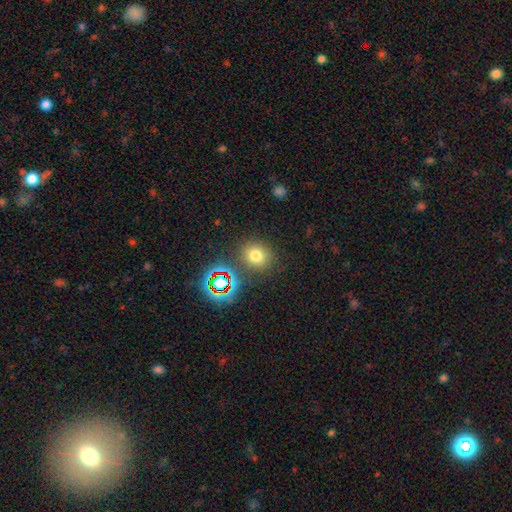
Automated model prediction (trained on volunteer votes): A smooth galaxy with no disk features (70%) that is round (80%). Merging: none (82%).